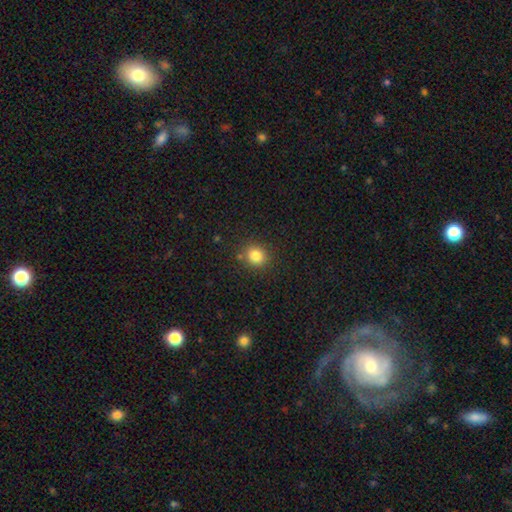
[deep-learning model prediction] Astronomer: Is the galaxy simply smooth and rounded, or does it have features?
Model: smooth — 82%.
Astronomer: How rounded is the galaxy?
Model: round — 83%.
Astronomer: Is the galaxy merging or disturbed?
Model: none — 86%.